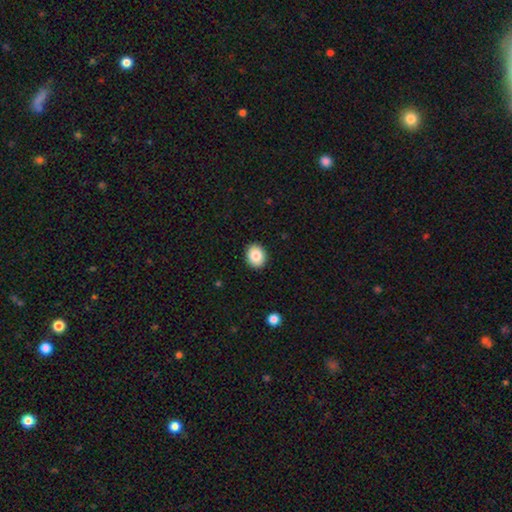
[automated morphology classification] Smooth or featured? smooth (85%)
How rounded? round (53%)
Merging? none (91%)